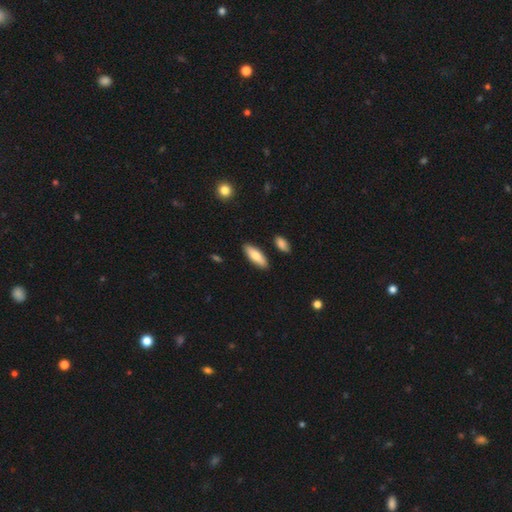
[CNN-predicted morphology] Q: Smooth or featured?
A: smooth (80%); runner-up: featured or disk (14%)
Q: How rounded?
A: in between (64%); runner-up: cigar-shaped (34%)
Q: Merging?
A: none (87%); runner-up: minor disturbance (8%)